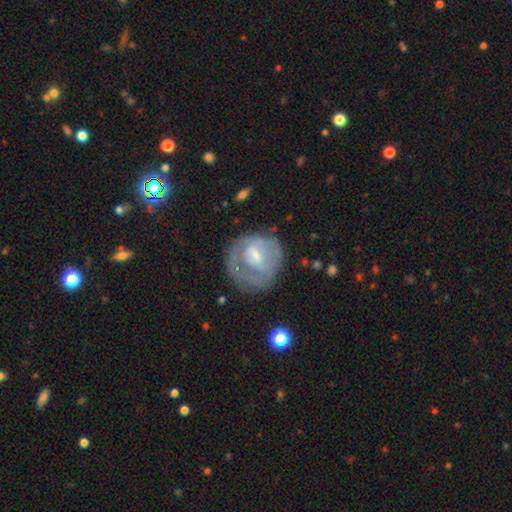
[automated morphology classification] The model was most divided on "spiral arms" (2-way tie): yes: 50%, no: 50%. Remaining: edge-on disk — no (96%); smooth or featured — featured or disk (56%); merging — none (55%); bar — weak (46%); bulge size — small (42%).